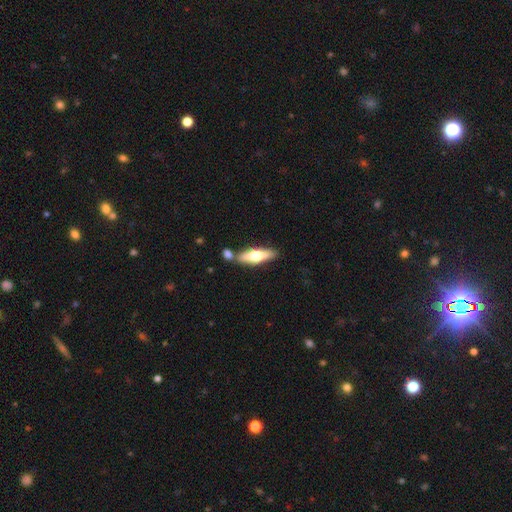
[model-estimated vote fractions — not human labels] Overall: smooth (56%; featured or disk 39%). How rounded: cigar-shaped (58%; in between 40%). Merging: none (70%).